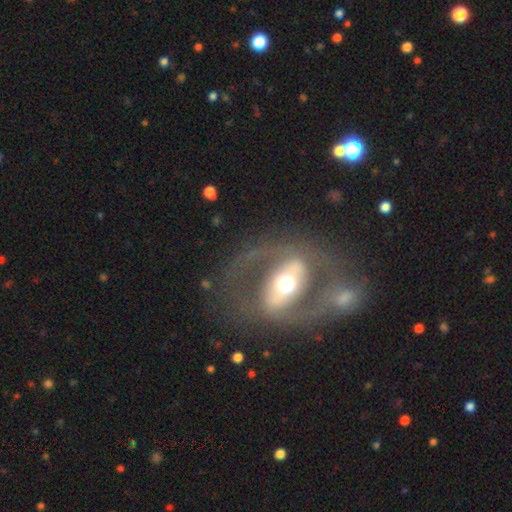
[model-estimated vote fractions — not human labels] smooth_or_featured: featured or disk (p=0.79) [alt: smooth p=0.14]
disk_edge_on: no (p=0.92) [alt: yes p=0.08]
bar: strong (p=0.46) [alt: weak p=0.30]
has_spiral_arms: yes (p=0.65) [alt: no p=0.35]
bulge_size: moderate (p=0.61) [alt: small p=0.24]
merging: none (p=0.50) [alt: merger p=0.25]